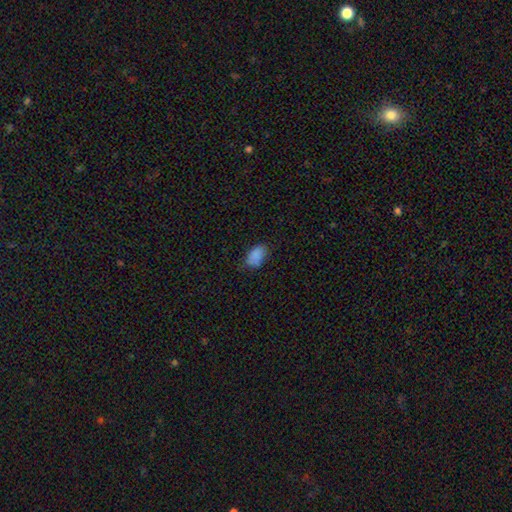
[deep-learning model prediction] smooth_or_featured: smooth (p=0.85) [alt: star or artifact p=0.09]
how_rounded: in between (p=0.92) [alt: round p=0.06]
merging: none (p=0.65) [alt: minor disturbance p=0.27]